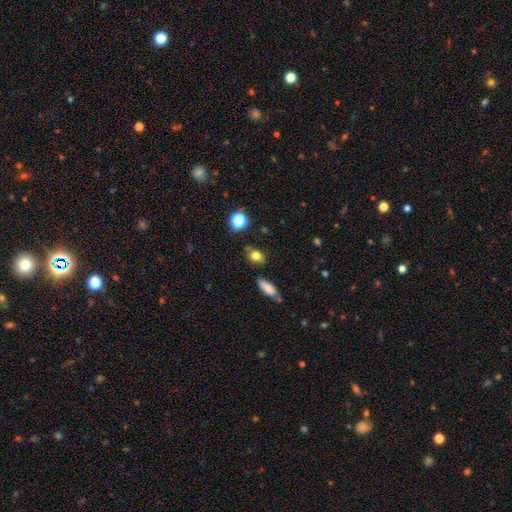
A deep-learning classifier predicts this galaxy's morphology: smooth 78%, star or artifact 11%, featured or disk 11%. Down the decision tree: how rounded — in between (72%); merging — none (74%).